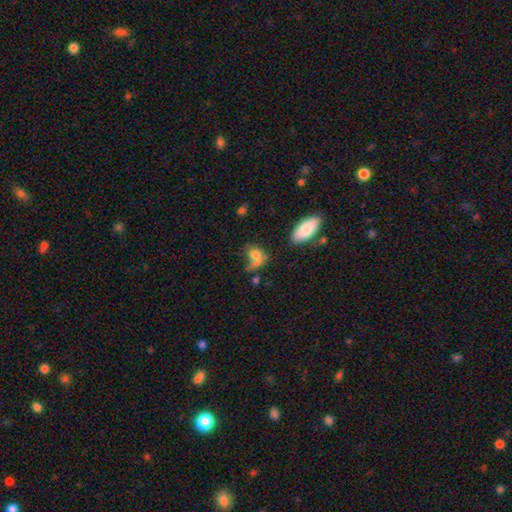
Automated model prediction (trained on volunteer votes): Smooth or featured: smooth — 72% (featured or disk — 18%)
How rounded: in between — 68% (round — 29%)
Merging: major disturbance — 30% (tied with none — 30%)